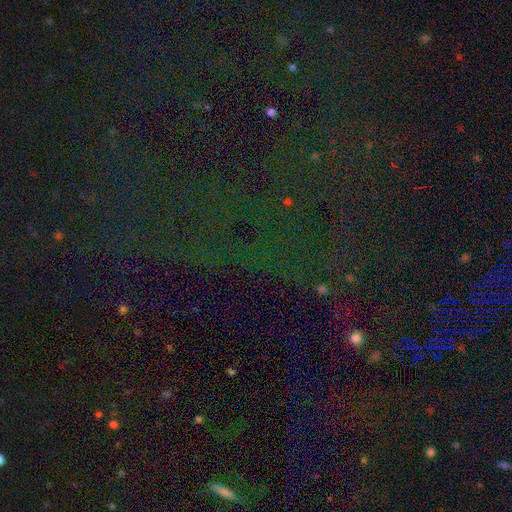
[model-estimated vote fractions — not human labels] This appears to be a star or artifact, not a galaxy (82%).